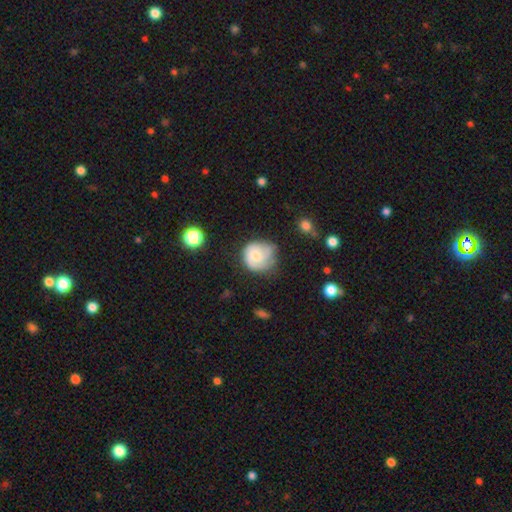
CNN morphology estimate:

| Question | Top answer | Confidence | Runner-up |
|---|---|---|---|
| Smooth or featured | featured or disk | 50% | smooth (42%) |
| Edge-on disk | no | 98% | yes (2%) |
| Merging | none | 54% | minor disturbance (29%) |